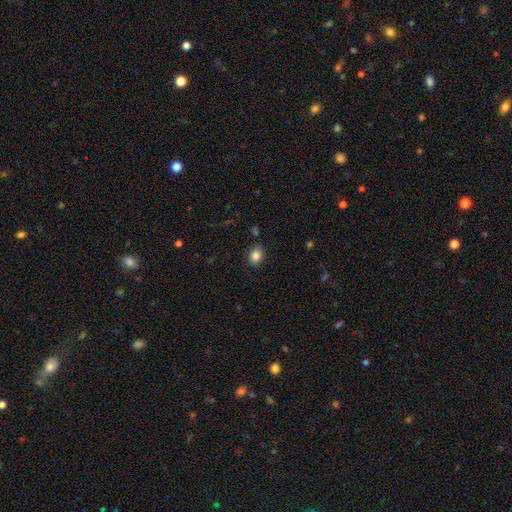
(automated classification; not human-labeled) This is clearly a smooth galaxy (84%). How rounded: possibly round (50%). Merging: clearly none (85%).